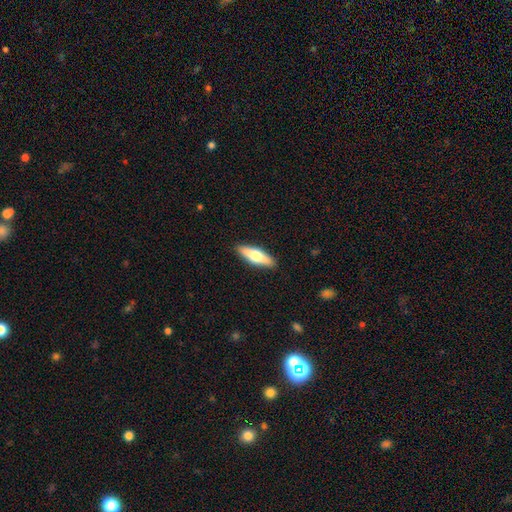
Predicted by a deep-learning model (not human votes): Smooth or featured: smooth — 54% (featured or disk — 41%)
How rounded: cigar-shaped — 57% (in between — 41%)
Merging: none — 90% (minor disturbance — 7%)